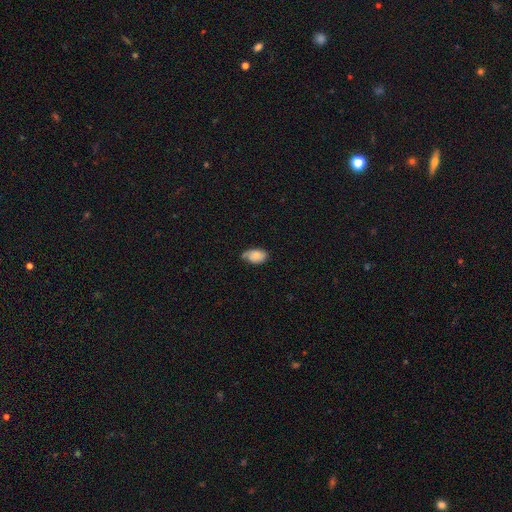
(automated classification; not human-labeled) smooth_or_featured: smooth (p=0.74) [alt: featured or disk p=0.19]
how_rounded: in between (p=0.92) [alt: round p=0.06]
merging: none (p=0.54) [alt: minor disturbance p=0.36]